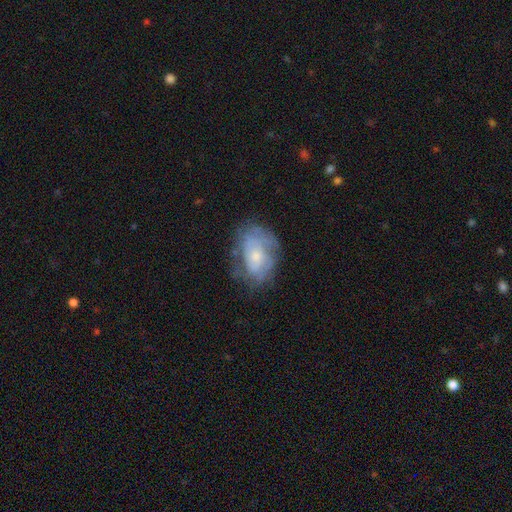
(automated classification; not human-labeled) featured or disk 53%, smooth 38%, star or artifact 9%. Down the decision tree: edge-on disk — no (96%); bar — no (80%); spiral arms — yes (56%); bulge size — small (53%); merging — none (59%).